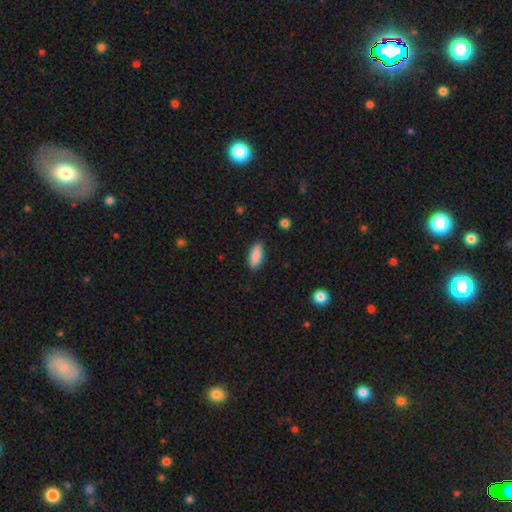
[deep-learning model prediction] A smooth galaxy with no disk features (84%) that is in between round and cigar-shaped (71%). Merging: none (85%).